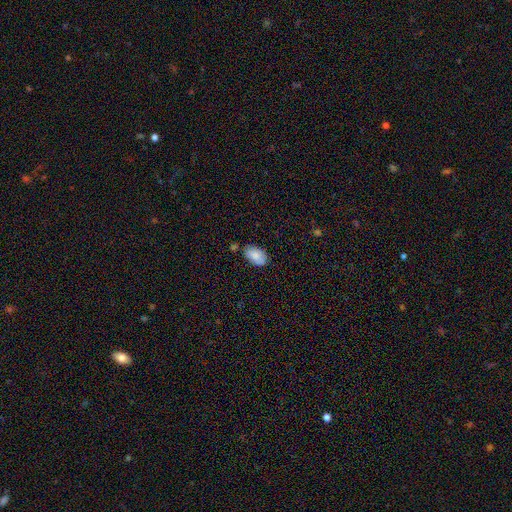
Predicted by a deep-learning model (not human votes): A smooth galaxy with no disk features (84%) that is in between round and cigar-shaped (93%).

Vote fractions:
- Smooth or featured? smooth: 84% / featured or disk: 9% / star or artifact: 7%
- How rounded? in between: 93% / round: 5% / cigar-shaped: 2%
- Merging? none: 67% / minor disturbance: 22% / merger: 6% / major disturbance: 4%